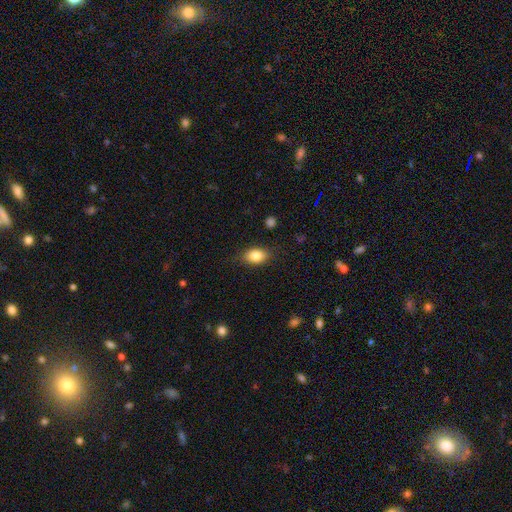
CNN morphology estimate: A smooth galaxy with no disk features (84%) that is in between round and cigar-shaped (84%).

Vote fractions:
- Smooth or featured? smooth: 84% / featured or disk: 8% / star or artifact: 8%
- How rounded? in between: 84% / round: 14% / cigar-shaped: 3%
- Merging? none: 82% / minor disturbance: 13% / major disturbance: 3% / merger: 1%